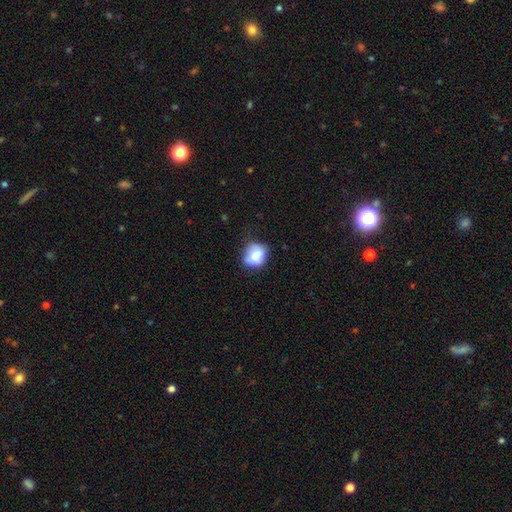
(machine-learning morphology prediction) The model was most divided on "merging": none: 60%, minor disturbance: 28%, major disturbance: 8%, merger: 3%. More confident: smooth or featured — smooth (74%); how rounded — round (66%).